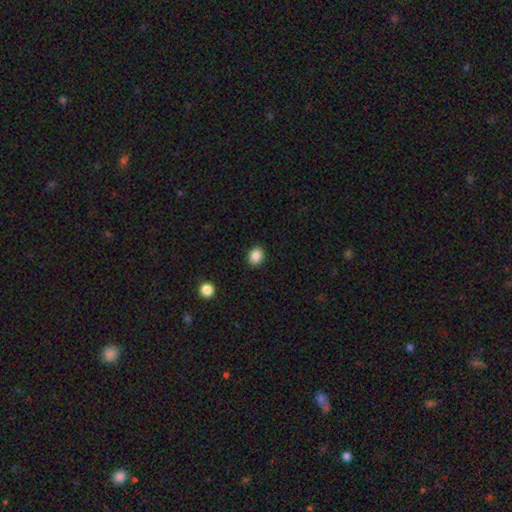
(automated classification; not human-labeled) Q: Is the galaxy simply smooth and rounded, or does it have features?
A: smooth — 87%.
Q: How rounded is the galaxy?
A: round — 53%.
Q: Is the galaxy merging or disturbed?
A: none — 90%.